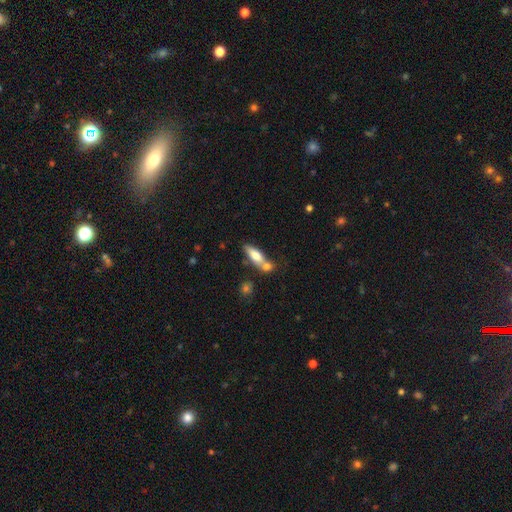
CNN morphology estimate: A smooth galaxy with no disk features (68%) that is in between round and cigar-shaped (55%). Merging: none (45%).